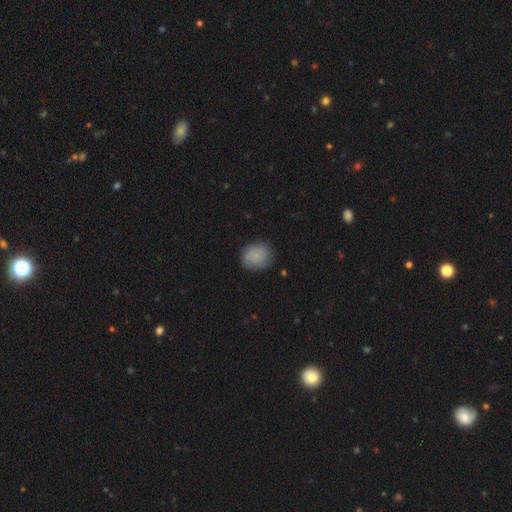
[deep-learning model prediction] A smooth galaxy with no disk features (70%) that is round (77%).

Vote fractions:
- Smooth or featured? smooth: 70% / featured or disk: 21% / star or artifact: 9%
- How rounded? round: 77% / in between: 22% / cigar-shaped: 1%
- Merging? none: 77% / minor disturbance: 17% / major disturbance: 5% / merger: 1%